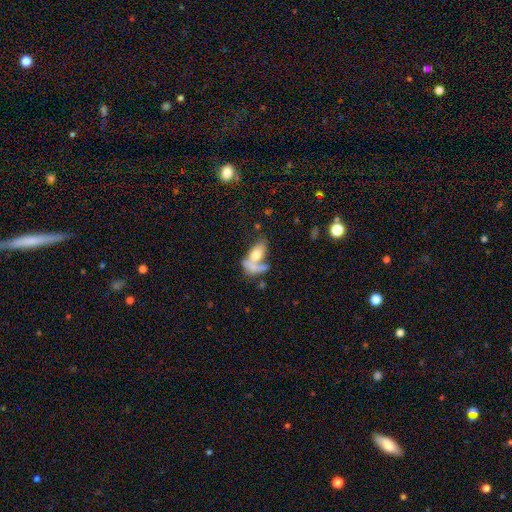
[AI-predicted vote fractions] Morphology: type=smooth (63%); roundness=in between (83%); merging=merger (56%).